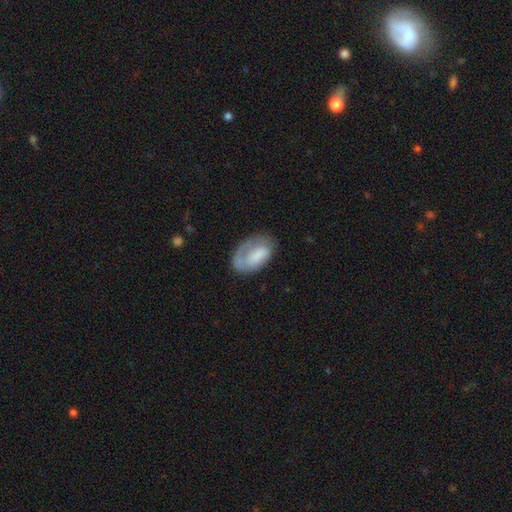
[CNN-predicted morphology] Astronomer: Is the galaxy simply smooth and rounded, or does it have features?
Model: smooth — 59% (runner-up: featured or disk, 34%).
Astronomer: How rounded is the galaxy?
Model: in between — 92%.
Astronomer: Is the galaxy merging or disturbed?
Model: none — 51% (runner-up: minor disturbance, 27%).